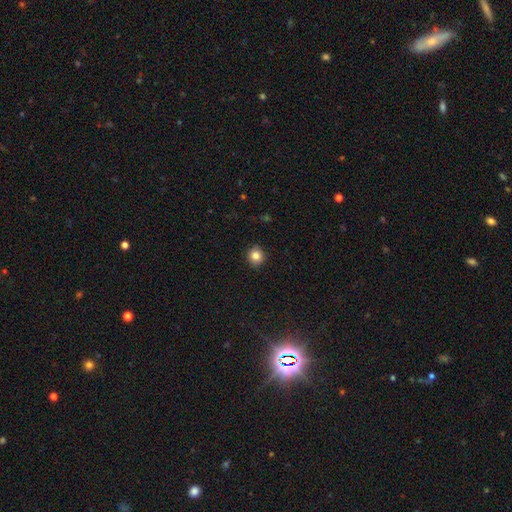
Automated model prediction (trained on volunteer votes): Morphology: type=smooth (83%); roundness=round (85%); merging=none (90%).